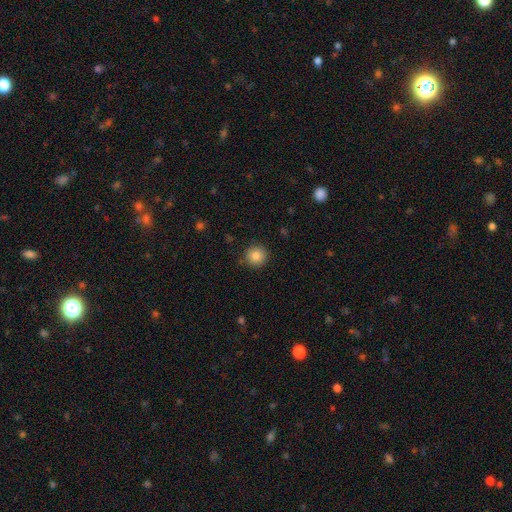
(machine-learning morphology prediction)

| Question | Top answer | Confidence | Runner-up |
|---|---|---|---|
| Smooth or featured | smooth | 86% | star or artifact (10%) |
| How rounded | round | 93% | in between (6%) |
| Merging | none | 89% | minor disturbance (8%) |